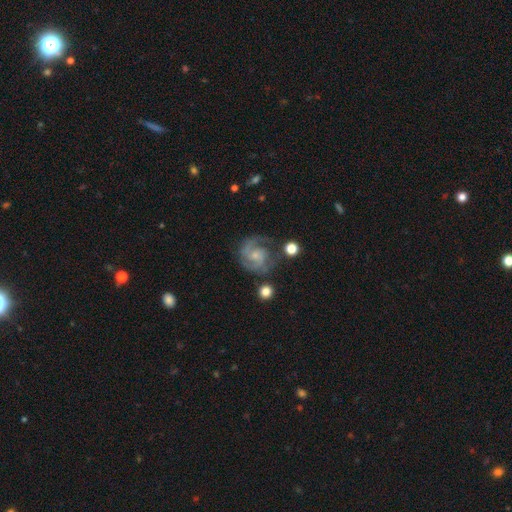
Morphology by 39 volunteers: This appears to be a featured or disk galaxy (85%) with no bar (70%), 2 (58%) medium (61%) spiral arms (100%) and a small central bulge (73%). Merging: none (66%).